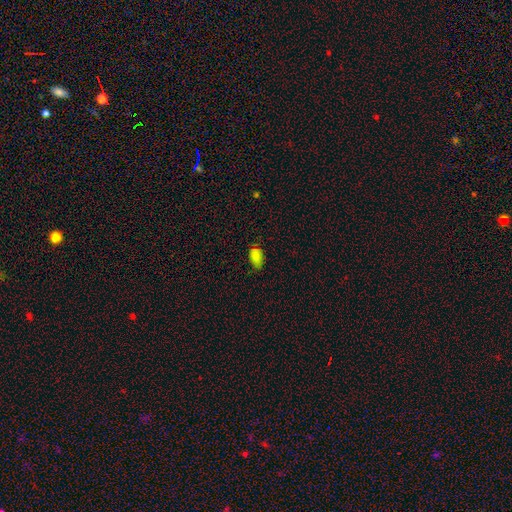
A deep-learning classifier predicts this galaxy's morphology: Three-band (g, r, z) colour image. It shows a smooth galaxy with no disk features (84%) that is in between round and cigar-shaped (91%). Merging: none (73%).